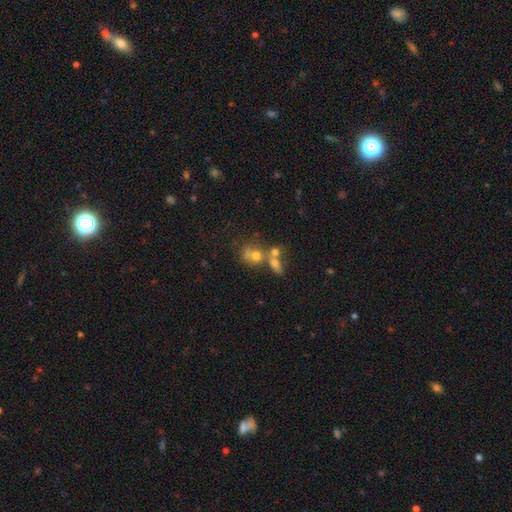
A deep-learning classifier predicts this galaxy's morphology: smooth-or-featured: smooth: 57% | featured or disk: 25% | star or artifact: 18%
  how-rounded: round: 62% | in between: 35% | cigar-shaped: 2%
  merging: merger: 53% | none: 28% | minor disturbance: 10% | major disturbance: 9%